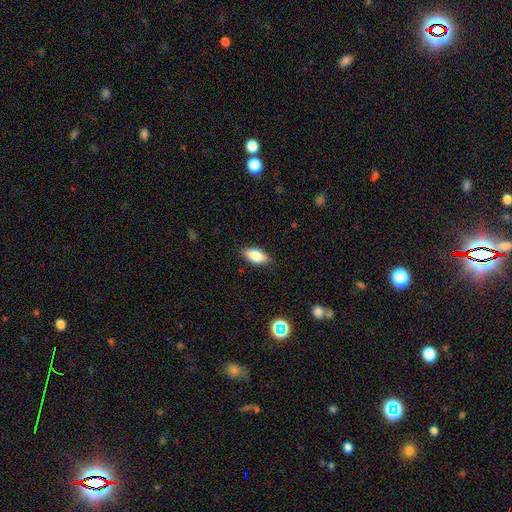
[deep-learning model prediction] This is clearly a smooth galaxy (80%). How rounded: clearly in between (87%). Merging: clearly none (87%).